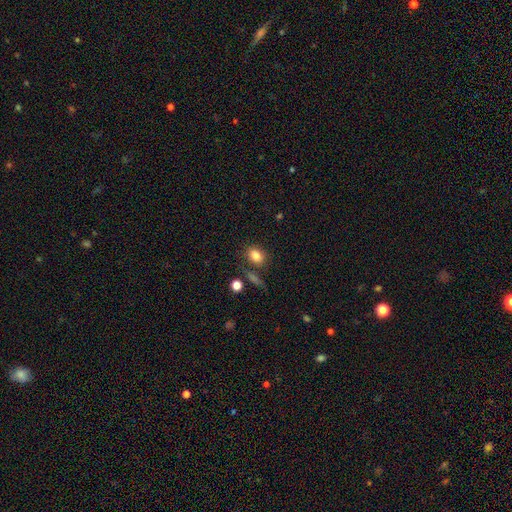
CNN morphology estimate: Smooth or featured? smooth (83%)
How rounded? in between (70%)
Merging? none (72%)